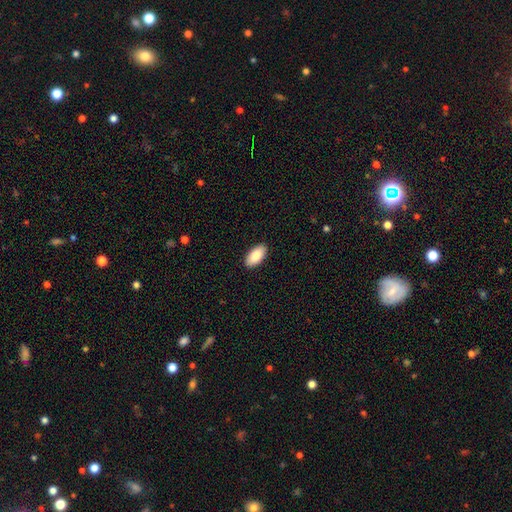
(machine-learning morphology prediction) smooth_or_featured: smooth (p=0.86) [alt: featured or disk p=0.08]
how_rounded: in between (p=0.94) [alt: cigar-shaped p=0.04]
merging: none (p=0.90) [alt: minor disturbance p=0.07]